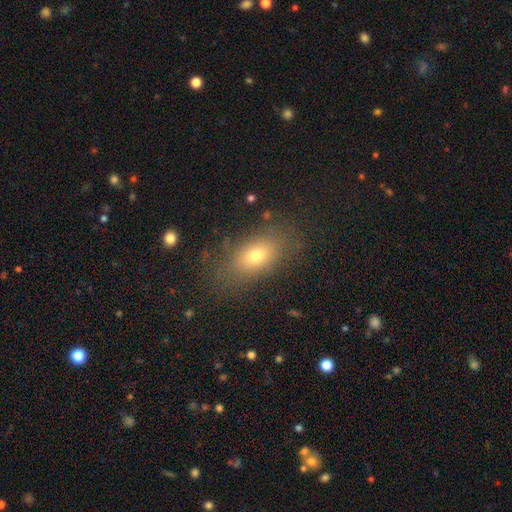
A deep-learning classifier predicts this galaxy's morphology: Overall: smooth (73%). How rounded: in between (84%). Merging: none (76%).